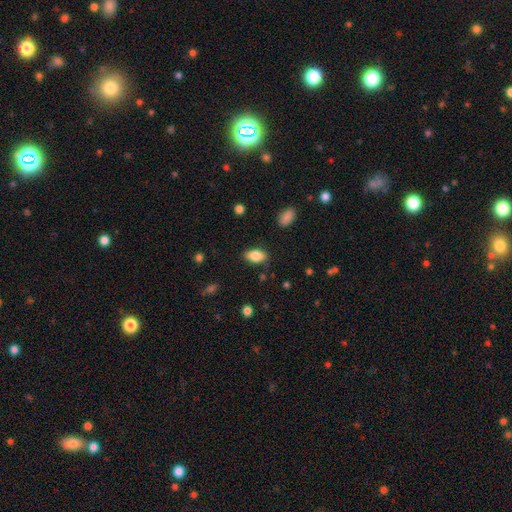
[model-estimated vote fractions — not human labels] A smooth galaxy with no disk features (83%) that is in between round and cigar-shaped (91%). Merging: none (85%).